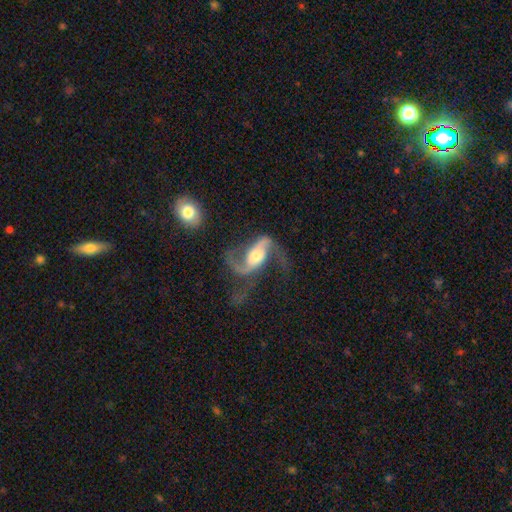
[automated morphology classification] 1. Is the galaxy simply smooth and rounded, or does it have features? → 89% featured or disk, 6% smooth, 5% star or artifact.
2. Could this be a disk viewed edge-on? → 96% no, 4% yes.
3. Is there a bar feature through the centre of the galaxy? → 40% no, 35% weak, 25% strong.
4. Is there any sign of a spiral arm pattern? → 97% yes, 3% no.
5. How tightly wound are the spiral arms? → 62% loose, 32% medium, 7% tight.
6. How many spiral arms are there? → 90% 2, 4% 1, 2% can't tell, 2% 3, 1% 4, 1% more than 4.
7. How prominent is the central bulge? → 56% moderate, 21% small, 18% large, 3% none, 2% dominant.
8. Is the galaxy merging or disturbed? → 54% none, 26% major disturbance, 16% minor disturbance, 4% merger.